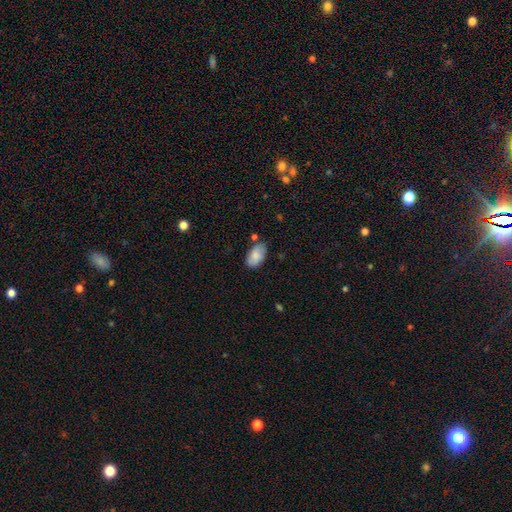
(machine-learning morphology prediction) Smooth or featured: smooth — 80% (featured or disk — 13%)
How rounded: in between — 94% (round — 5%)
Merging: none — 71% (minor disturbance — 20%)